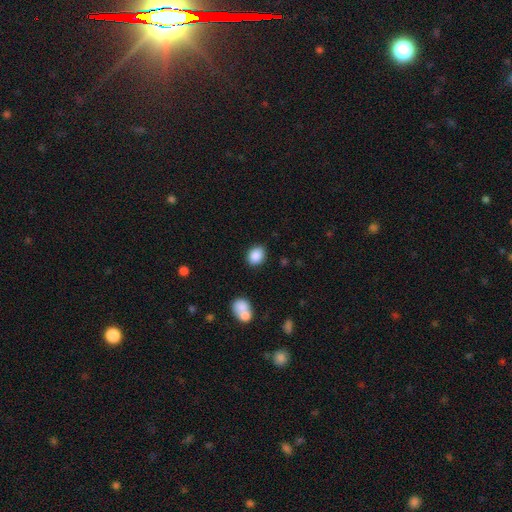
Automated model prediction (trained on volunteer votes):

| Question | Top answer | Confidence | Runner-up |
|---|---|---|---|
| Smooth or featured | smooth | 87% | star or artifact (8%) |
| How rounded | in between | 53% | round (46%) |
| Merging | none | 85% | minor disturbance (9%) |